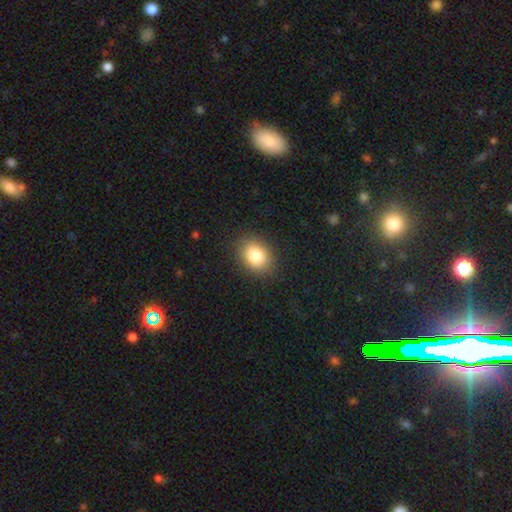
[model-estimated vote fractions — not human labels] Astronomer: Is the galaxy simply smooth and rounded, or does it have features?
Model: smooth — 84%.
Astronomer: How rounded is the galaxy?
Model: in between — 63%.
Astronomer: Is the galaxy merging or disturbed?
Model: none — 86%.